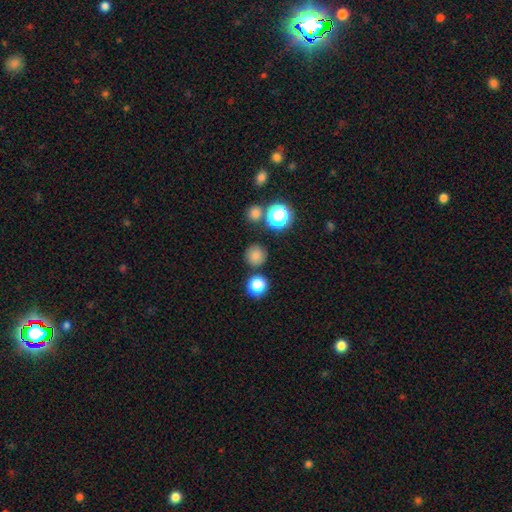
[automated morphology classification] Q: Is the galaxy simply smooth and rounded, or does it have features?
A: smooth — 78%.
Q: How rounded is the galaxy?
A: round — 93%.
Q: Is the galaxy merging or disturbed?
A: none — 83%.